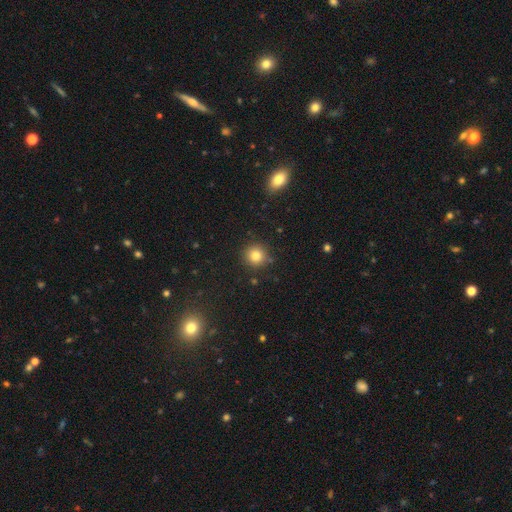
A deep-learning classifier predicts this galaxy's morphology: Smooth or featured: smooth — 81% (star or artifact — 13%)
How rounded: round — 94% (in between — 5%)
Merging: none — 89% (minor disturbance — 7%)